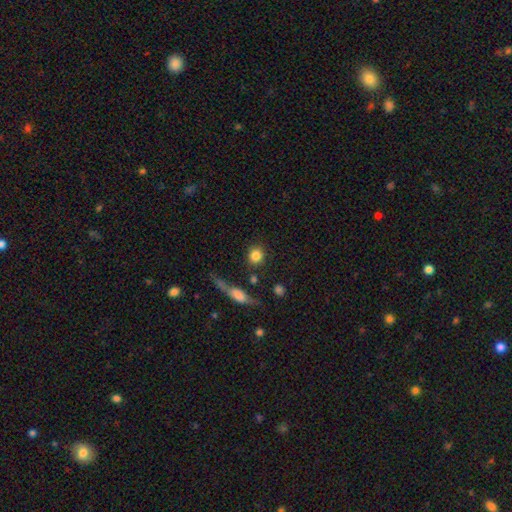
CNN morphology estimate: smooth 83%, star or artifact 9%, featured or disk 8%. Down the decision tree: how rounded — round (85%); merging — none (80%).